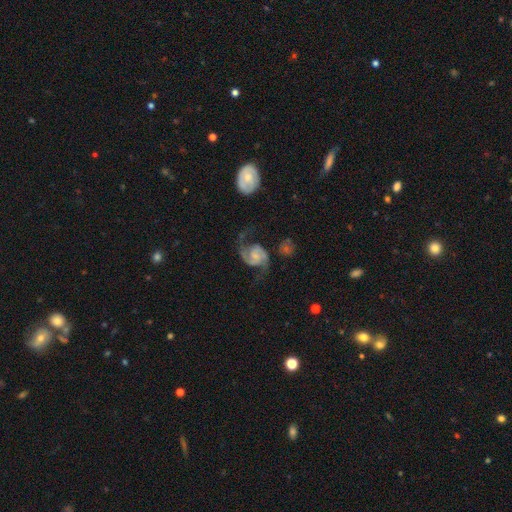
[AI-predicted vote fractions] A featured or disk galaxy (89%) with no bar (54%), 2 (93%) medium (51%) spiral arms (98%) and a small central bulge (46%). Merging: none (64%).